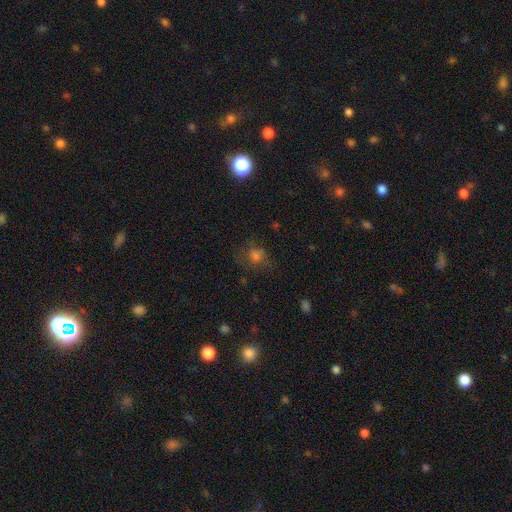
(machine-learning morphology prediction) Smooth or featured: smooth — 59% (star or artifact — 22%)
How rounded: round — 68% (in between — 31%)
Merging: none — 59% (minor disturbance — 21%)